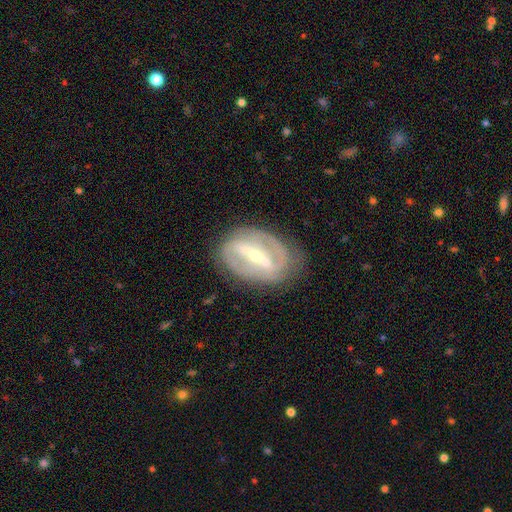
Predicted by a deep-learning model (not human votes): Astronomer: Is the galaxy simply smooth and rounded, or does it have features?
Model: featured or disk — 85%.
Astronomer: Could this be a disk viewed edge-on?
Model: no — 91%.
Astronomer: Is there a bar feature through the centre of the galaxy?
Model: strong — 79%.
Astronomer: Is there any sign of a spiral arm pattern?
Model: yes — 79%.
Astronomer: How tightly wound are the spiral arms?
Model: tight — 48% (runner-up: medium, 37%).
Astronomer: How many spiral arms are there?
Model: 2 — 70%.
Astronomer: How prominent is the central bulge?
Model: small — 54% (runner-up: moderate, 43%).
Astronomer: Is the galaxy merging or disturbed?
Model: none — 77%.